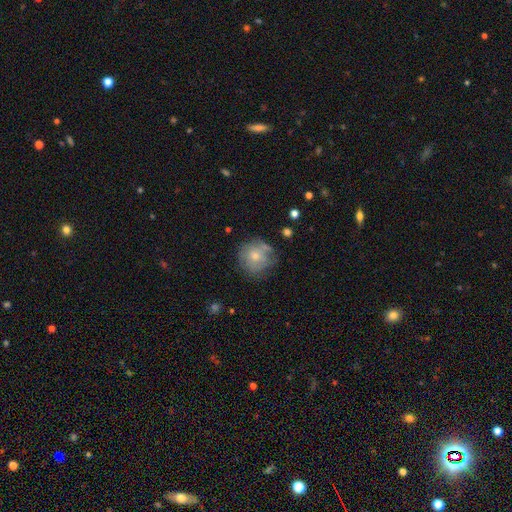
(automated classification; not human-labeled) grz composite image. It shows a smooth galaxy with no disk features (62%) that is round (90%). Merging: none (64%).